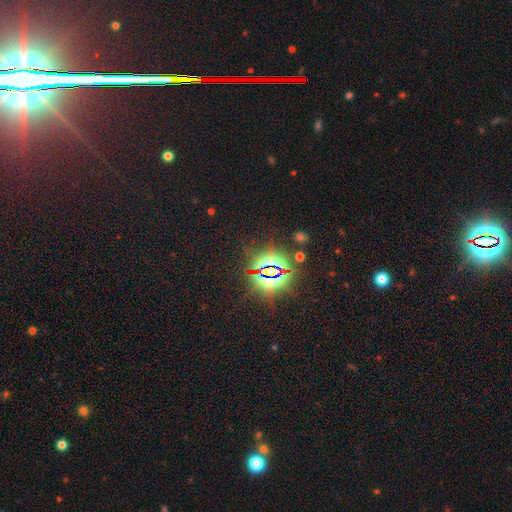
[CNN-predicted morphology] smooth_or_featured: star or artifact (p=0.82) [alt: smooth p=0.10]